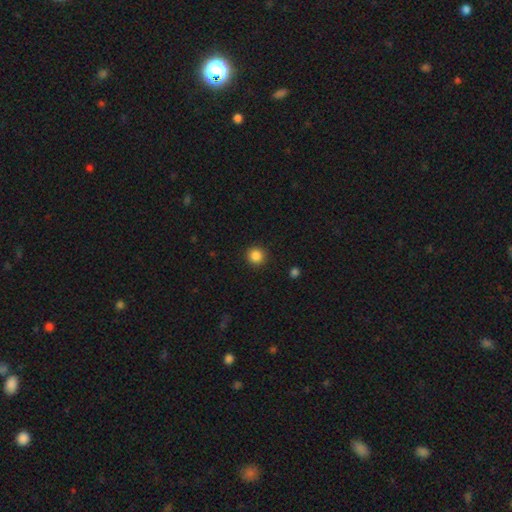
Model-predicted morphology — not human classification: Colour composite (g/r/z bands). It shows a smooth galaxy with no disk features (86%) that is round (95%). Merging: none (92%).